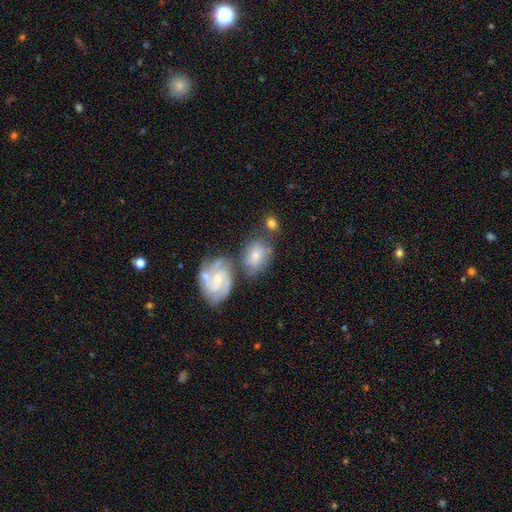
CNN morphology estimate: smooth 47%, featured or disk 45%, star or artifact 8%. Down the decision tree: merging — none (44%).